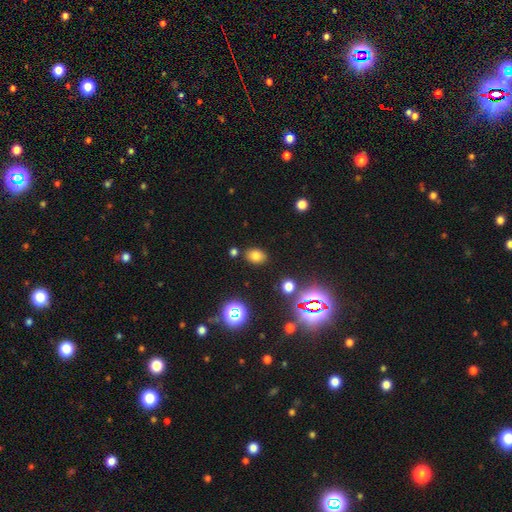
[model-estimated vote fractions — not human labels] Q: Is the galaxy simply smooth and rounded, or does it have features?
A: smooth — 74%.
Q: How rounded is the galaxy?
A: in between — 69%.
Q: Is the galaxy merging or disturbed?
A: none — 84%.